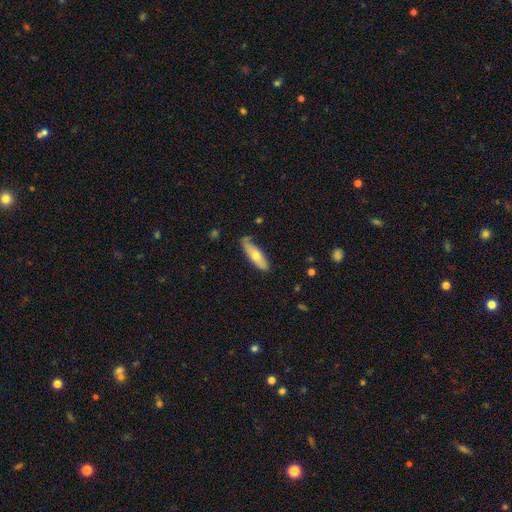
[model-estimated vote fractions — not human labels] Smooth or featured? smooth (65%)
How rounded? cigar-shaped (50%)
Merging? none (75%)